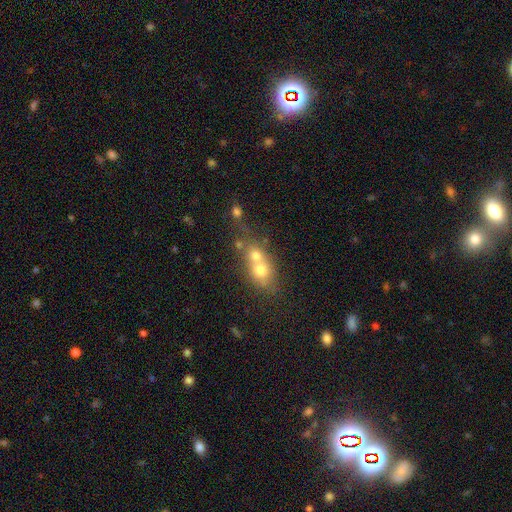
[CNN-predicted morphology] Q: Smooth or featured?
A: smooth (65%); runner-up: featured or disk (23%)
Q: How rounded?
A: round (56%); runner-up: in between (40%)
Q: Merging?
A: merger (65%); runner-up: none (23%)